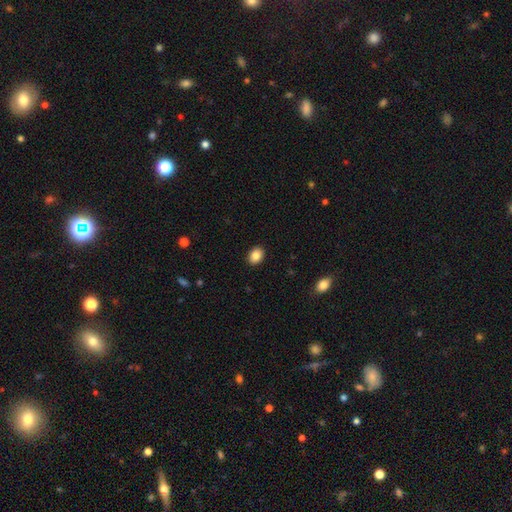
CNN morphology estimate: Smooth or featured? Predicted: smooth (p=0.86). How rounded? Predicted: in between (p=0.67). Merging? Predicted: none (p=0.91).